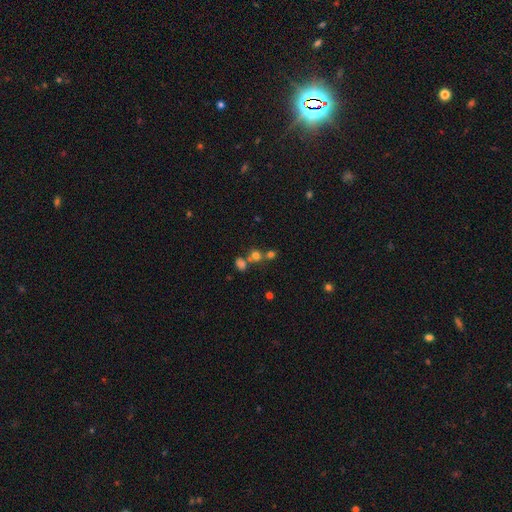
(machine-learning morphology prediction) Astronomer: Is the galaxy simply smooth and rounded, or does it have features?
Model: smooth — 66%.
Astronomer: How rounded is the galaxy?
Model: round — 83%.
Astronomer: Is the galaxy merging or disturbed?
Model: none — 55% (runner-up: merger, 33%).